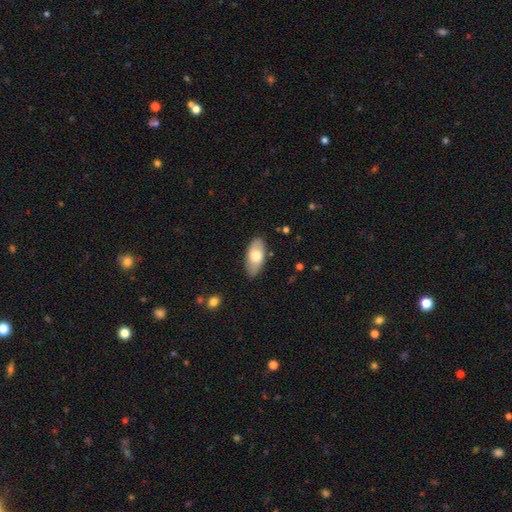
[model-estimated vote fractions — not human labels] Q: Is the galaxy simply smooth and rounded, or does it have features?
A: smooth — 70%.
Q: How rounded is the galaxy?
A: in between — 92%.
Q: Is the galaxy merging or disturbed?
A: none — 84%.